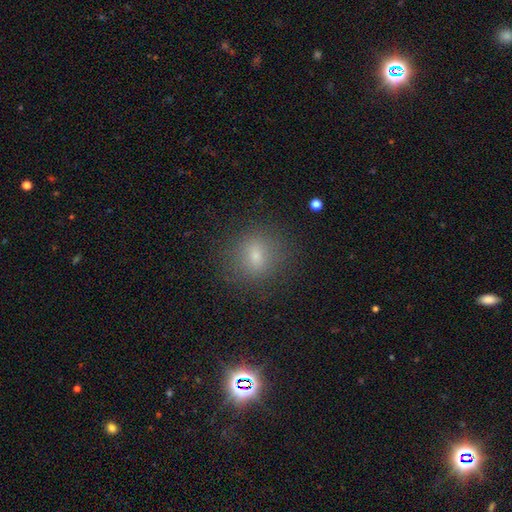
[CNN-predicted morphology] Smooth or featured? smooth (71%)
How rounded? round (75%)
Merging? none (84%)